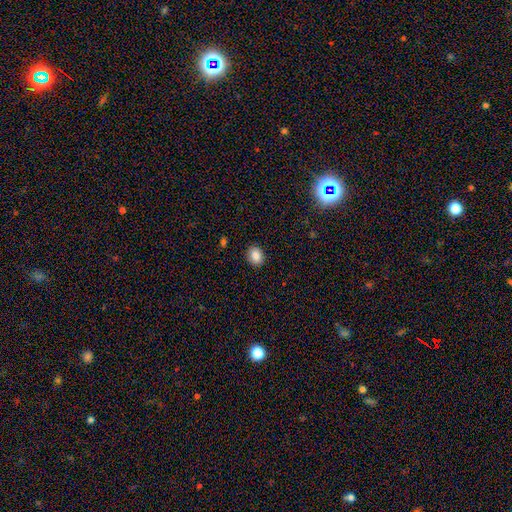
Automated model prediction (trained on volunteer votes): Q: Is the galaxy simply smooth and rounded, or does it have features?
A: smooth — 86%.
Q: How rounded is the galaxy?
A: round — 57%.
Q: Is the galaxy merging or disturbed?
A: none — 90%.